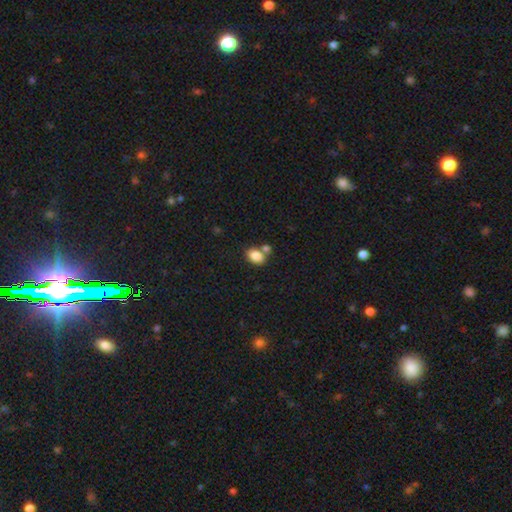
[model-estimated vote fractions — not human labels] Smooth or featured: smooth — 85% (star or artifact — 9%)
How rounded: in between — 74% (round — 25%)
Merging: none — 55% (merger — 29%)